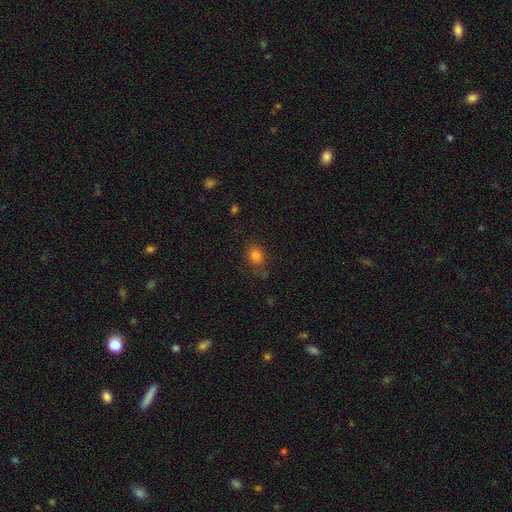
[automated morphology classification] smooth-or-featured: smooth: 81% | star or artifact: 13% | featured or disk: 7%
  how-rounded: in between: 52% | round: 47% | cigar-shaped: 1%
  merging: none: 72% | minor disturbance: 18% | major disturbance: 6% | merger: 4%